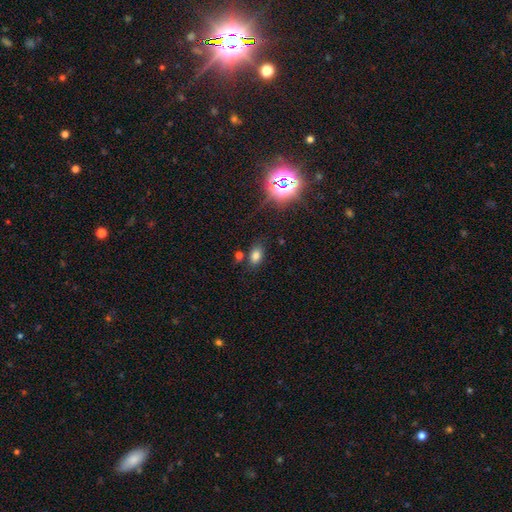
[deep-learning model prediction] smooth 73%, star or artifact 18%, featured or disk 9%. Down the decision tree: how rounded — in between (83%); merging — none (75%).